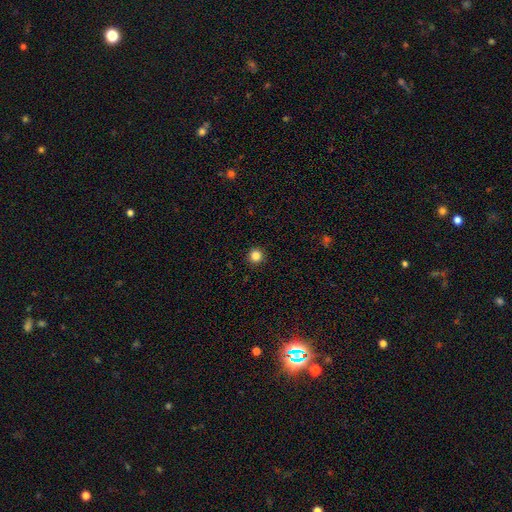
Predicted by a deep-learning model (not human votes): Smooth or featured?
  - smooth: 85% *
  - star or artifact: 12%
  - featured or disk: 4%
How rounded?
  - round: 96% *
  - in between: 3%
  - cigar-shaped: 1%
Merging?
  - none: 93% *
  - minor disturbance: 4%
  - major disturbance: 1%
  - merger: 1%